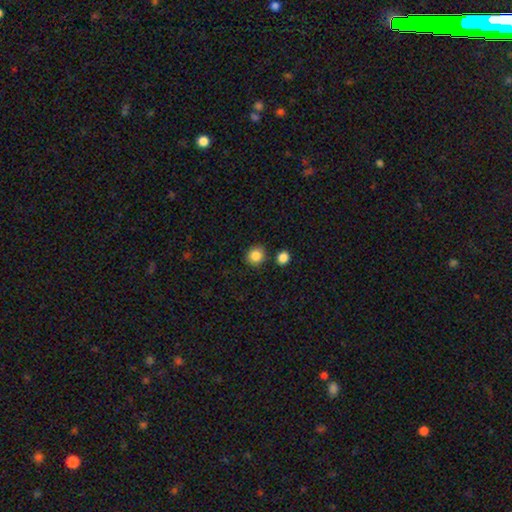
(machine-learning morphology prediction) smooth 87%, star or artifact 9%, featured or disk 4%. Down the decision tree: how rounded — round (85%); merging — none (82%).